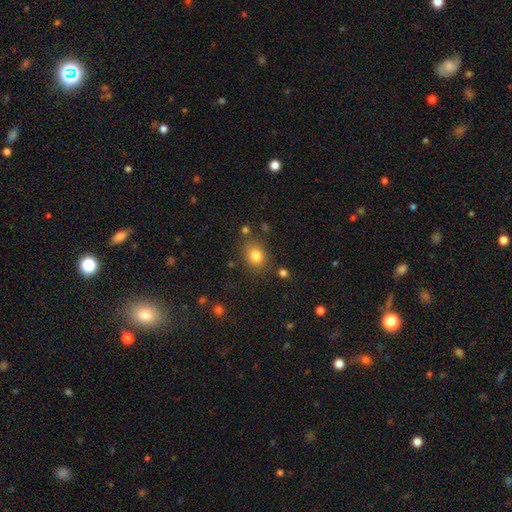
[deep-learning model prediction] A smooth galaxy with no disk features (81%) that is round (51%). Merging: none (78%).